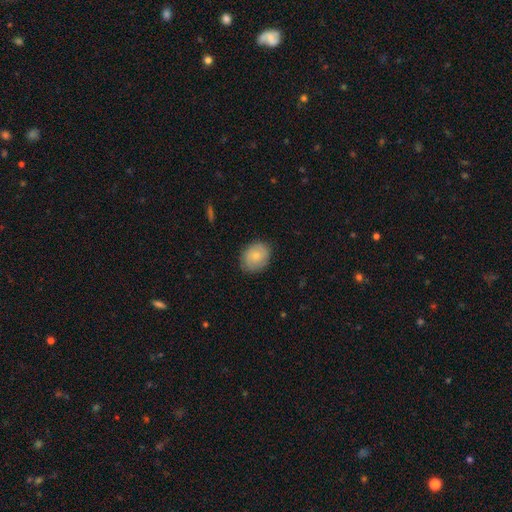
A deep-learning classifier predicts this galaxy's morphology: smooth_or_featured: smooth (p=0.74) [alt: featured or disk p=0.19]
how_rounded: in between (p=0.50) [alt: round p=0.49]
merging: none (p=0.83) [alt: minor disturbance p=0.13]